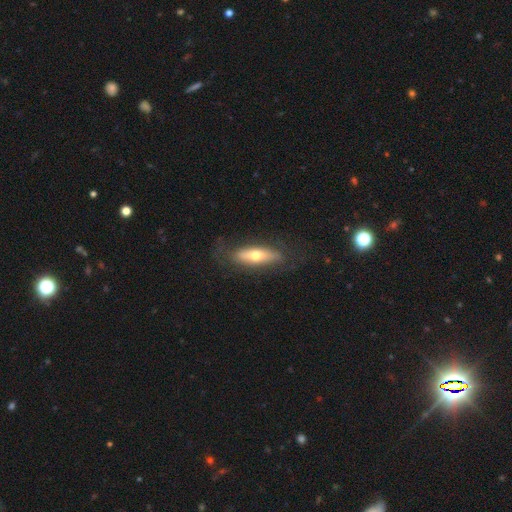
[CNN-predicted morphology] Smooth or featured?
  - smooth: 50% *
  - featured or disk: 44%
  - star or artifact: 6%
How rounded?
  - in between: 50% *
  - cigar-shaped: 47%
  - round: 3%
Merging?
  - none: 75% *
  - minor disturbance: 16%
  - major disturbance: 8%
  - merger: 1%